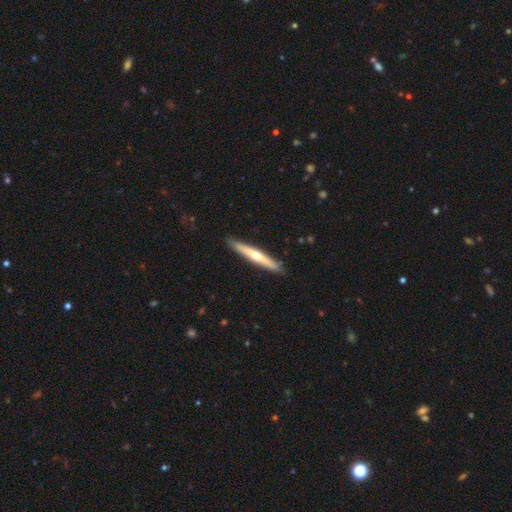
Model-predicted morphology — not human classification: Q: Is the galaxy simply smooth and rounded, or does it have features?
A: featured or disk — 54%.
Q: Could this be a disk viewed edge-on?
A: yes — 96%.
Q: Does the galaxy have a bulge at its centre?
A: rounded — 76%.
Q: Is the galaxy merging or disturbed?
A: none — 90%.